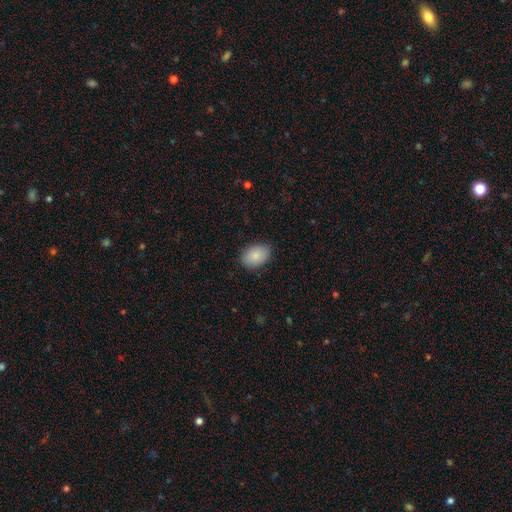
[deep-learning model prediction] Smooth or featured?
  - smooth: 87% *
  - featured or disk: 7%
  - star or artifact: 7%
How rounded?
  - in between: 84% *
  - round: 15%
  - cigar-shaped: 1%
Merging?
  - none: 86% *
  - minor disturbance: 11%
  - major disturbance: 2%
  - merger: 1%